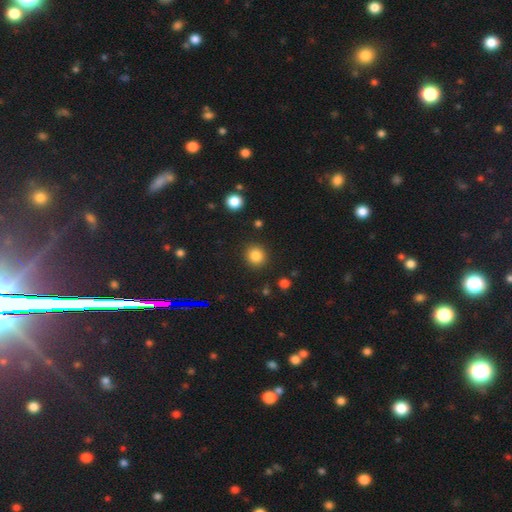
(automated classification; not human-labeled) Smooth or featured?
  - smooth: 84% *
  - star or artifact: 11%
  - featured or disk: 5%
How rounded?
  - round: 91% *
  - in between: 8%
  - cigar-shaped: 1%
Merging?
  - none: 90% *
  - minor disturbance: 6%
  - major disturbance: 2%
  - merger: 2%